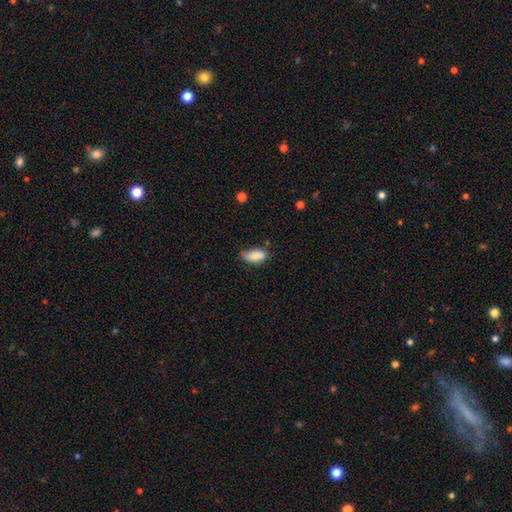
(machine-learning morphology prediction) smooth_or_featured: smooth (p=0.81) [alt: featured or disk p=0.11]
how_rounded: in between (p=0.91) [alt: cigar-shaped p=0.06]
merging: none (p=0.58) [alt: minor disturbance p=0.33]